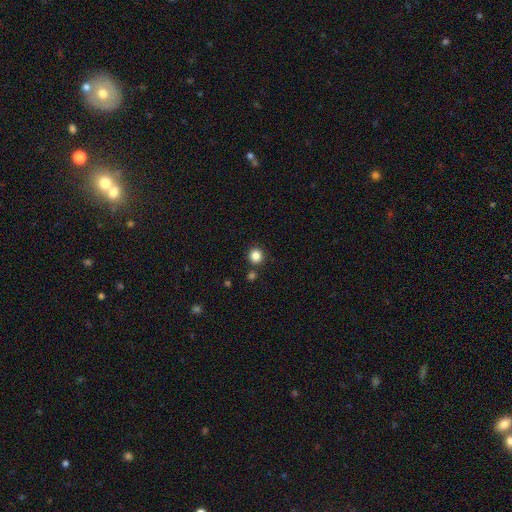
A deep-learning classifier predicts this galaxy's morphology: Smooth or featured? Predicted: smooth (p=0.85). How rounded? Predicted: round (p=0.92). Merging? Predicted: none (p=0.85).